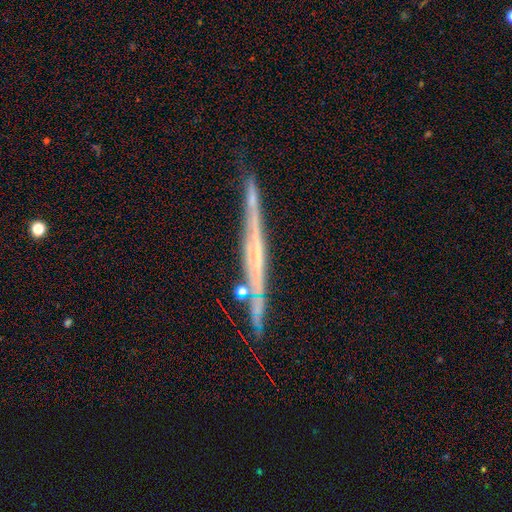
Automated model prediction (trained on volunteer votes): Morphology: type=featured or disk (67%); edge-on=yes (96%); edge-on bulge=none (75%); merging=none (79%).